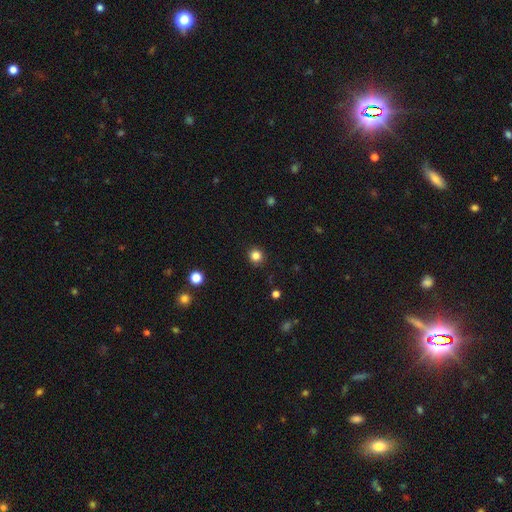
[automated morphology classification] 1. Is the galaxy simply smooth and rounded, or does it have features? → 83% smooth, 13% star or artifact, 4% featured or disk.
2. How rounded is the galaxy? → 93% round, 6% in between, 1% cigar-shaped.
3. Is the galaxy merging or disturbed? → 92% none, 5% minor disturbance, 2% major disturbance, 1% merger.